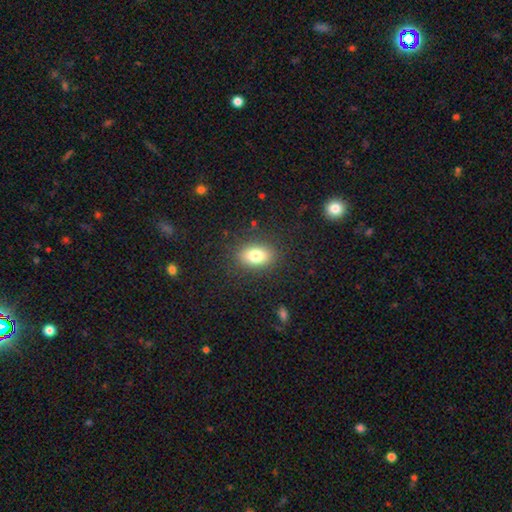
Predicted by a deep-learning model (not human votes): Smooth or featured: smooth — 80% (featured or disk — 10%)
How rounded: in between — 81% (round — 17%)
Merging: none — 86% (minor disturbance — 9%)